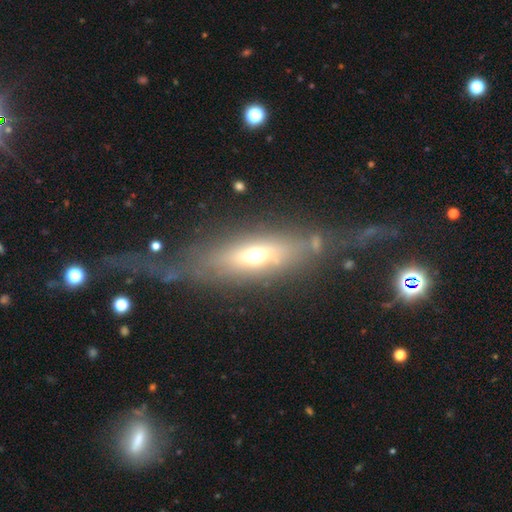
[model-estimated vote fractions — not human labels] Smooth or featured?
  - smooth: 50% *
  - featured or disk: 38%
  - star or artifact: 12%
How rounded?
  - in between: 55% *
  - cigar-shaped: 38%
  - round: 7%
Merging?
  - none: 66% *
  - minor disturbance: 17%
  - major disturbance: 12%
  - merger: 5%